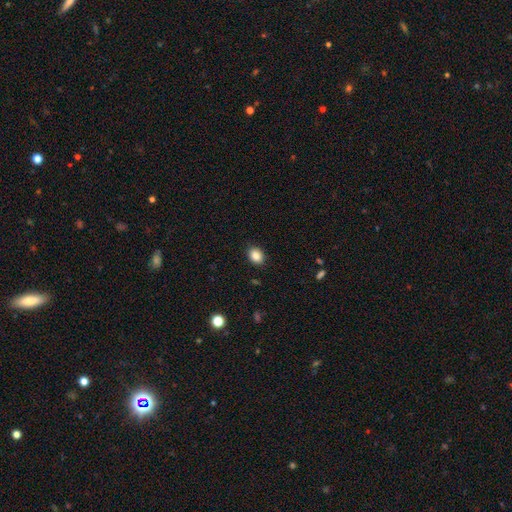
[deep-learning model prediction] smooth-or-featured: smooth: 86% | star or artifact: 9% | featured or disk: 5%
  how-rounded: in between: 62% | round: 37% | cigar-shaped: 1%
  merging: none: 89% | minor disturbance: 8% | major disturbance: 2% | merger: 1%